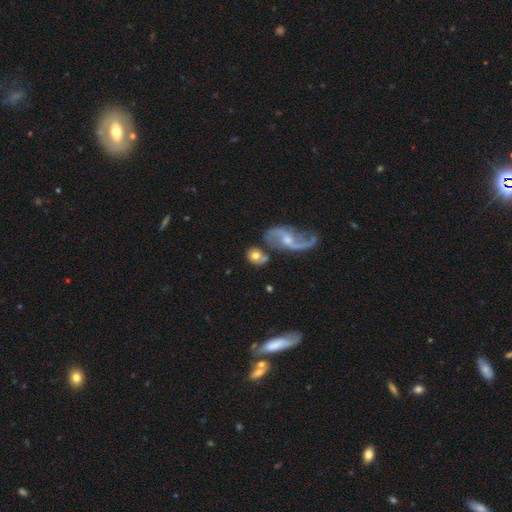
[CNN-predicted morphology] Smooth or featured? Predicted: smooth (p=0.55). How rounded? Predicted: round (p=0.64). Merging? Predicted: none (p=0.53).